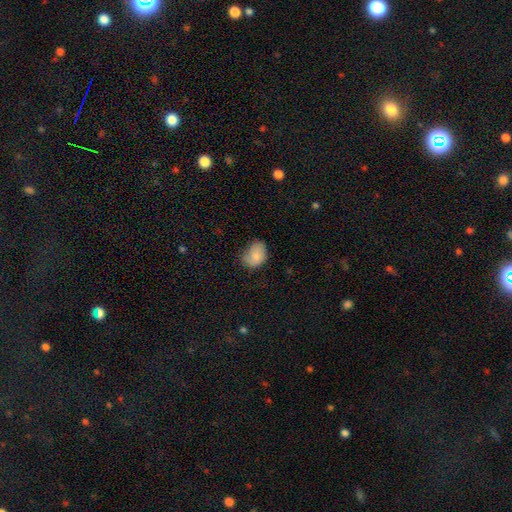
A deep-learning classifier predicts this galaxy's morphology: smooth_or_featured: smooth (p=0.81) [alt: featured or disk p=0.12]
how_rounded: in between (p=0.62) [alt: round p=0.37]
merging: none (p=0.53) [alt: minor disturbance p=0.35]